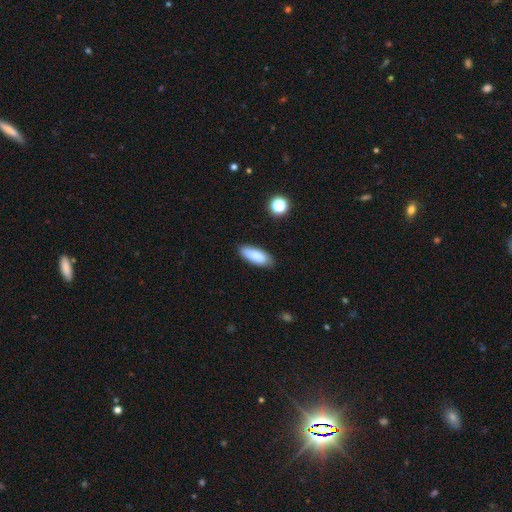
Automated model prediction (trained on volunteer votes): A smooth galaxy with no disk features (86%) that is in between round and cigar-shaped (73%). Merging: none (82%).